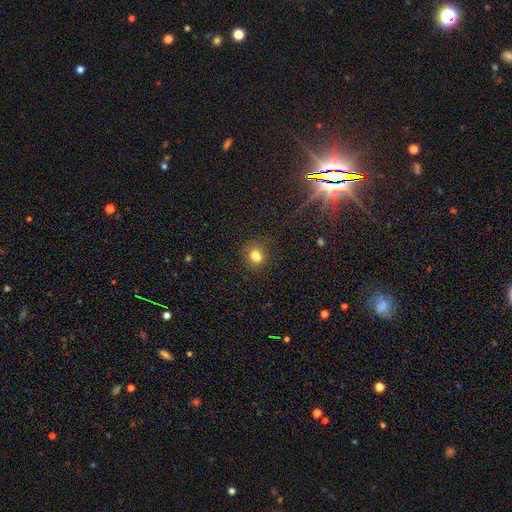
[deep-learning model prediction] This is likely a smooth galaxy (72%). How rounded: possibly round (55%). Merging: likely none (63%).